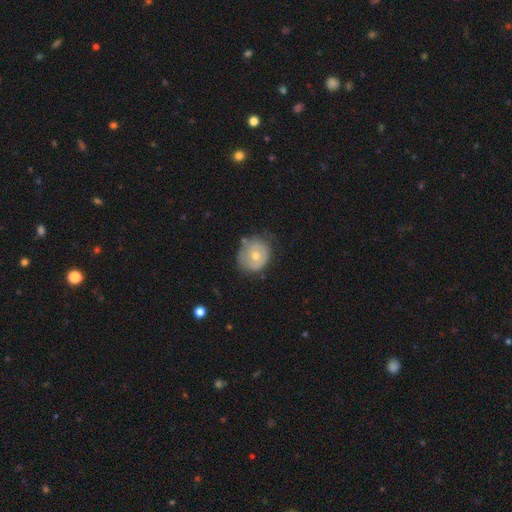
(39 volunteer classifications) Morphology: type=smooth (51%); roundness=round (60%); merging=none (64%).